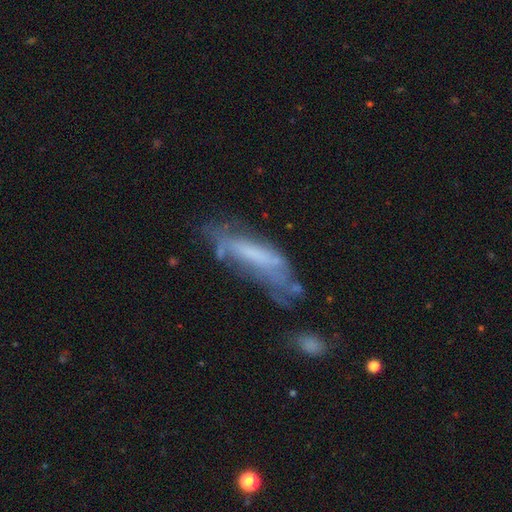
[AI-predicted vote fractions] smooth-or-featured: featured or disk: 51% | smooth: 38% | star or artifact: 11%
  disk-edge-on: no: 70% | yes: 30%
  merging: none: 36% | minor disturbance: 27% | major disturbance: 26% | merger: 10%